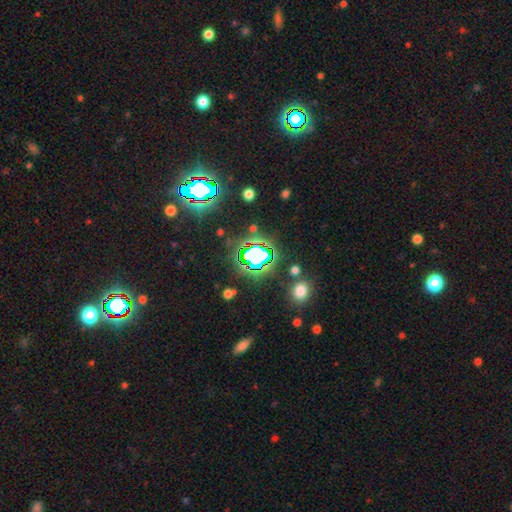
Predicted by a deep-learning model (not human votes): Smooth or featured: star or artifact — 67% (smooth — 22%)